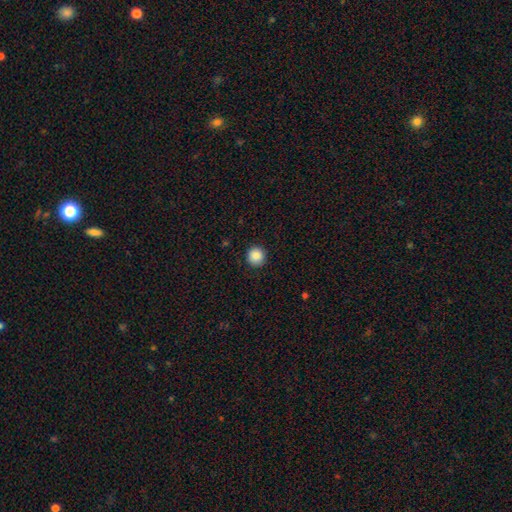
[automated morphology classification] smooth_or_featured: smooth (p=0.88) [alt: star or artifact p=0.09]
how_rounded: round (p=0.94) [alt: in between p=0.05]
merging: none (p=0.92) [alt: minor disturbance p=0.05]